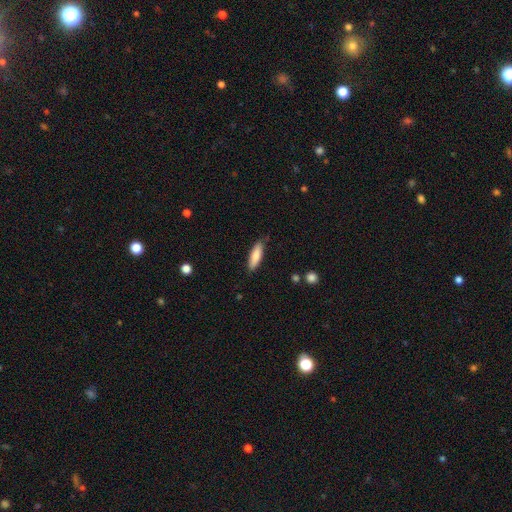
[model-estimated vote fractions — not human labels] This appears to be a smooth galaxy with no disk features (80%) that is cigar-shaped (58%). Merging: none (84%).